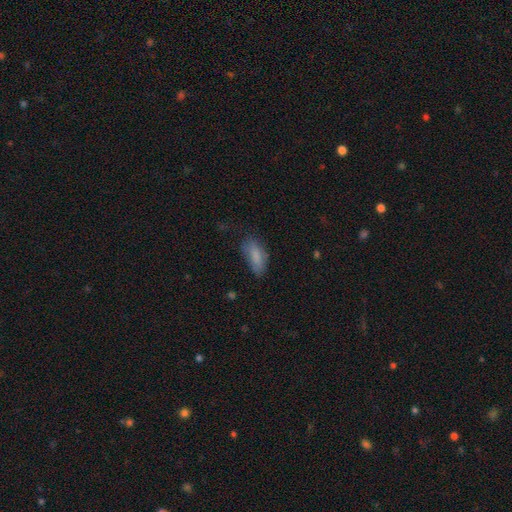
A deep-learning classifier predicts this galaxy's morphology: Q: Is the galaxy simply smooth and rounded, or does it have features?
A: smooth — 83%.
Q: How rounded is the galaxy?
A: in between — 80%.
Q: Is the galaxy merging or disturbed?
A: none — 62%.